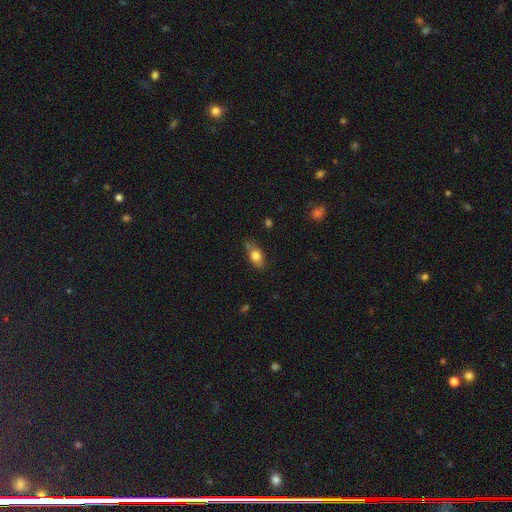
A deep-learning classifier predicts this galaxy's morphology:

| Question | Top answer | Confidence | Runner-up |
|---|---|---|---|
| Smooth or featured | smooth | 74% | featured or disk (18%) |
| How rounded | in between | 80% | cigar-shaped (11%) |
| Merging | none | 65% | minor disturbance (27%) |